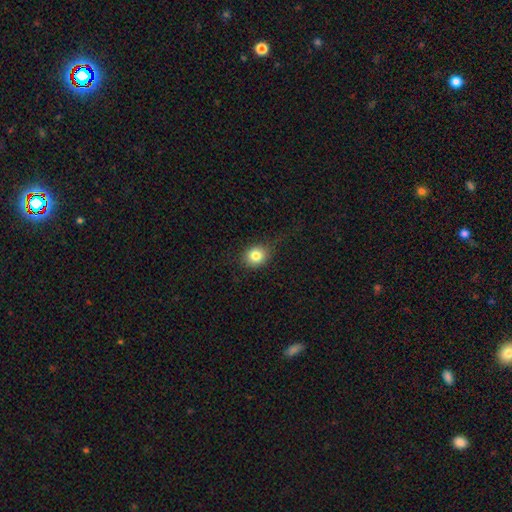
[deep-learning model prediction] A smooth galaxy with no disk features (81%) that is round (72%).

Vote fractions:
- Smooth or featured? smooth: 81% / star or artifact: 11% / featured or disk: 8%
- How rounded? round: 72% / in between: 27% / cigar-shaped: 1%
- Merging? none: 75% / minor disturbance: 17% / major disturbance: 7% / merger: 1%